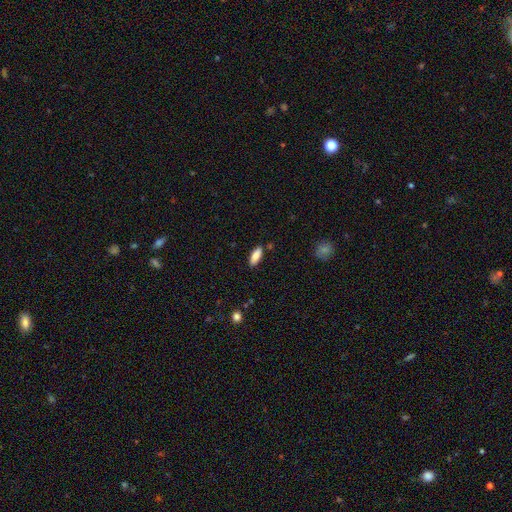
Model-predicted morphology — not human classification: Smooth or featured?
  - smooth: 83% *
  - featured or disk: 11%
  - star or artifact: 6%
How rounded?
  - in between: 73% *
  - cigar-shaped: 25%
  - round: 2%
Merging?
  - none: 86% *
  - minor disturbance: 10%
  - merger: 2%
  - major disturbance: 2%